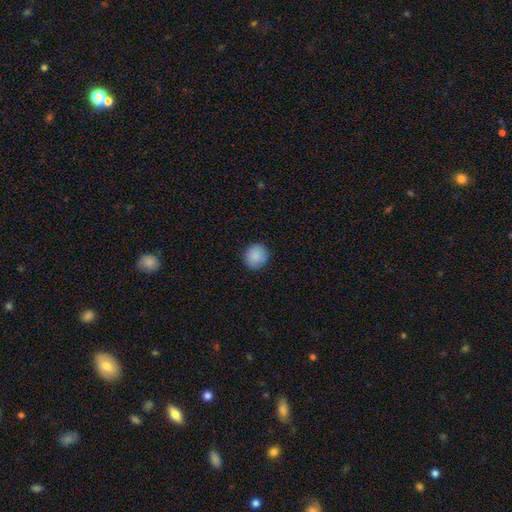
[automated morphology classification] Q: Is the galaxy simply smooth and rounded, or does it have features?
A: smooth — 87%.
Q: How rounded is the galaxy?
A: round — 91%.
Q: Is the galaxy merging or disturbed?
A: none — 87%.